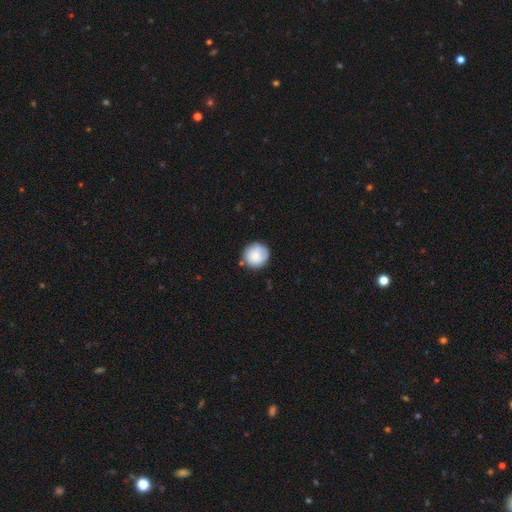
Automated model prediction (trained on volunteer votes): Smooth or featured?
  - smooth: 77% *
  - featured or disk: 15%
  - star or artifact: 7%
How rounded?
  - round: 94% *
  - in between: 5%
  - cigar-shaped: 1%
Merging?
  - none: 80% *
  - minor disturbance: 15%
  - major disturbance: 3%
  - merger: 3%